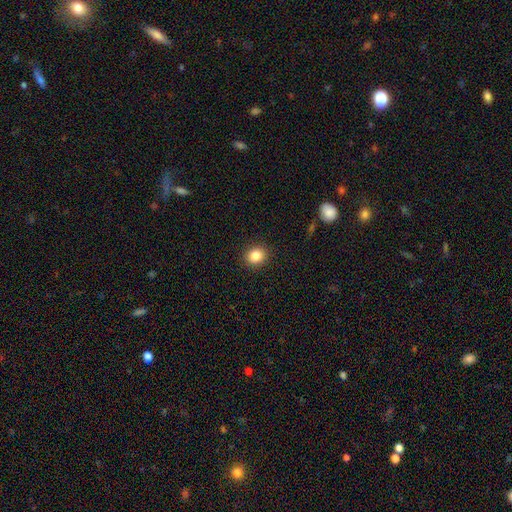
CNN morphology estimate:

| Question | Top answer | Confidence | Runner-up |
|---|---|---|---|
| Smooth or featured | smooth | 85% | star or artifact (10%) |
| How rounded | round | 71% | in between (28%) |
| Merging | none | 91% | minor disturbance (6%) |